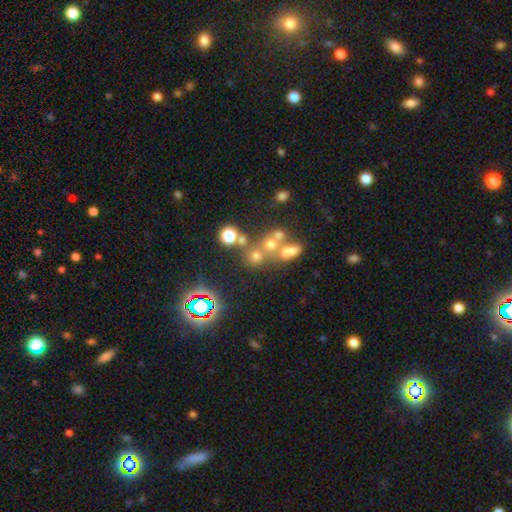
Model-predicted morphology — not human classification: The model was most divided on "merging": none: 50%, merger: 35%, minor disturbance: 9%, major disturbance: 6%. More confident: how rounded — round (80%); smooth or featured — smooth (57%).